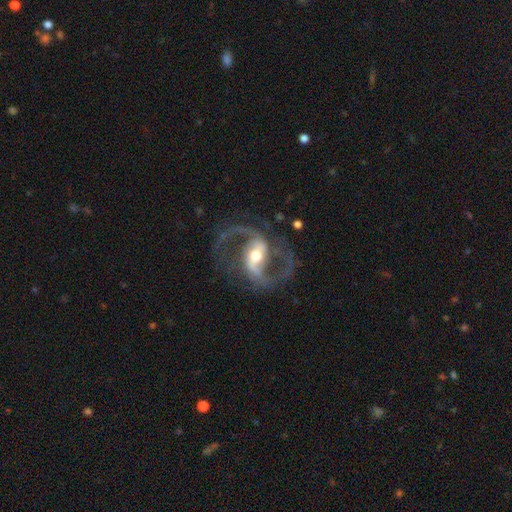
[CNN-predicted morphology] smooth-or-featured: featured or disk: 92% | star or artifact: 4% | smooth: 3%
  disk-edge-on: no: 97% | yes: 3%
    bar: strong: 52% | weak: 35% | no: 14%
    has-spiral-arms: yes: 98% | no: 2%
      spiral-winding: medium: 55% | loose: 37% | tight: 8%
      spiral-arm-count: 2: 93% | 3: 2% | 1: 1% | can't tell: 1% | 4: 1% | more than 4: 1%
    bulge-size: moderate: 65% | small: 21% | large: 11% | dominant: 1% | none: 1%
  merging: none: 77% | minor disturbance: 12% | major disturbance: 10% | merger: 2%